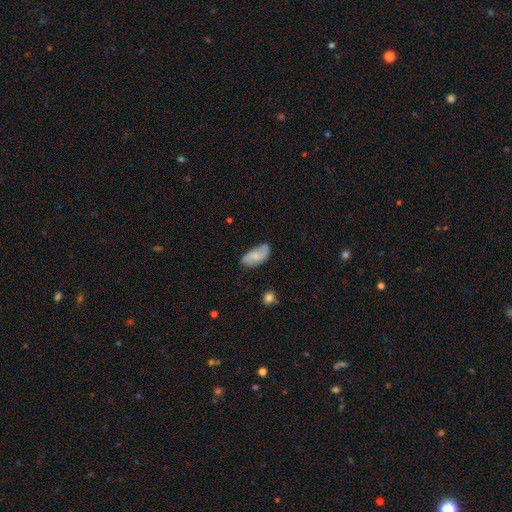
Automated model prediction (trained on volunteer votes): smooth 51%, featured or disk 42%, star or artifact 7%. Down the decision tree: how rounded — in between (91%); merging — none (64%).